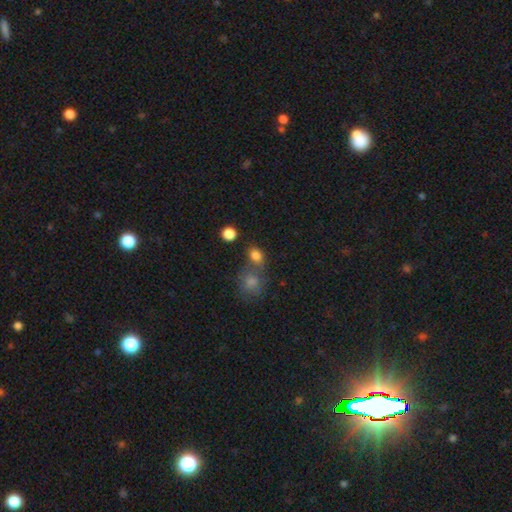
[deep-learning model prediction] Smooth or featured?
  - smooth: 81% *
  - star or artifact: 13%
  - featured or disk: 7%
How rounded?
  - in between: 52% *
  - round: 47%
  - cigar-shaped: 2%
Merging?
  - none: 53% *
  - merger: 30%
  - minor disturbance: 12%
  - major disturbance: 6%